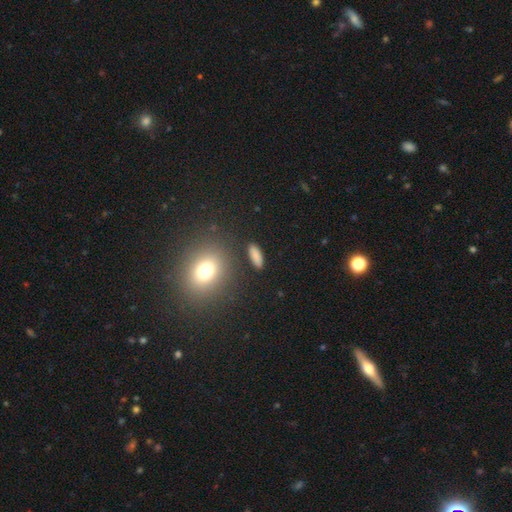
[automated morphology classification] smooth 84%, star or artifact 9%, featured or disk 6%. Down the decision tree: how rounded — in between (60%); merging — none (85%).